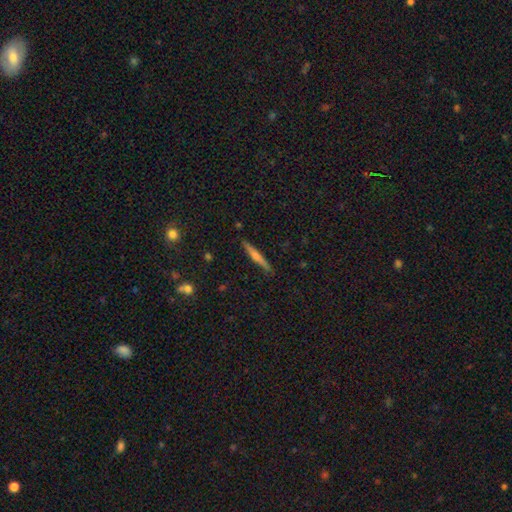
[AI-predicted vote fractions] Smooth or featured? featured or disk (56%)
Edge-on disk? yes (97%)
Edge-on bulge? rounded (74%)
Merging? none (89%)